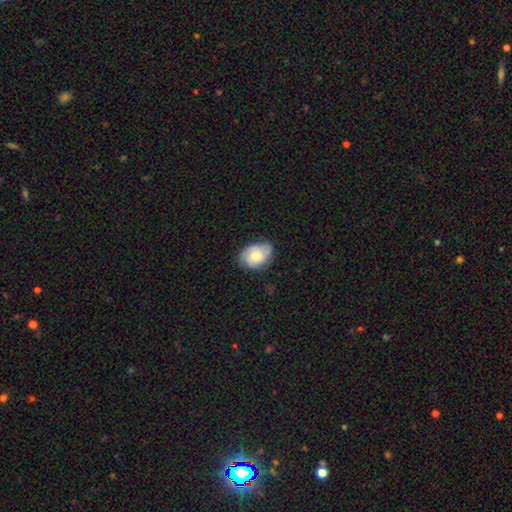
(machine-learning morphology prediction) smooth_or_featured: smooth (p=0.48) [alt: featured or disk p=0.45]
merging: none (p=0.66) [alt: minor disturbance p=0.26]